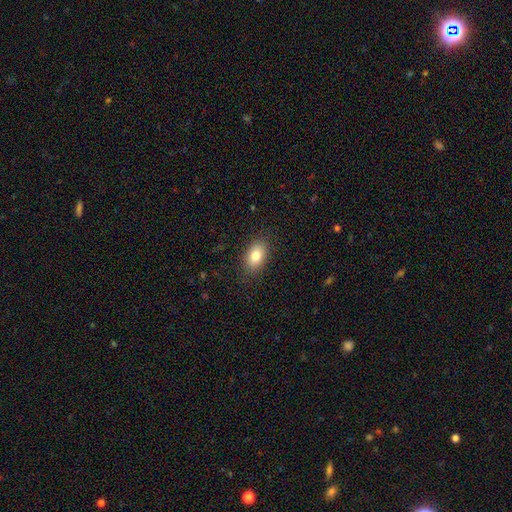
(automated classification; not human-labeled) smooth-or-featured: smooth: 82% | featured or disk: 9% | star or artifact: 8%
  how-rounded: in between: 87% | round: 11% | cigar-shaped: 2%
  merging: none: 87% | minor disturbance: 10% | major disturbance: 3% | merger: 1%